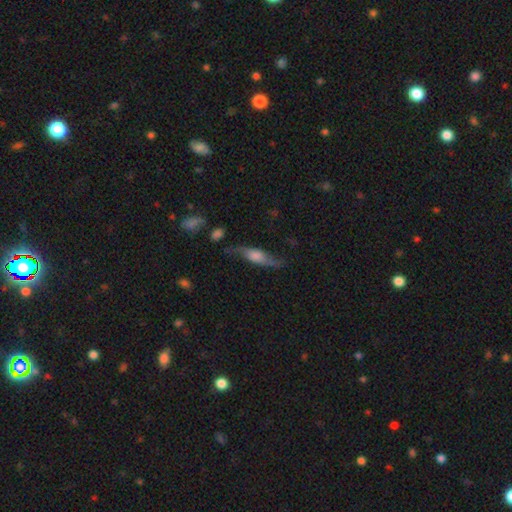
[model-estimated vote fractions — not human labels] The model was most divided on "edge-on disk": no: 53%, yes: 47%. More confident: smooth or featured — featured or disk (70%); merging — none (68%).